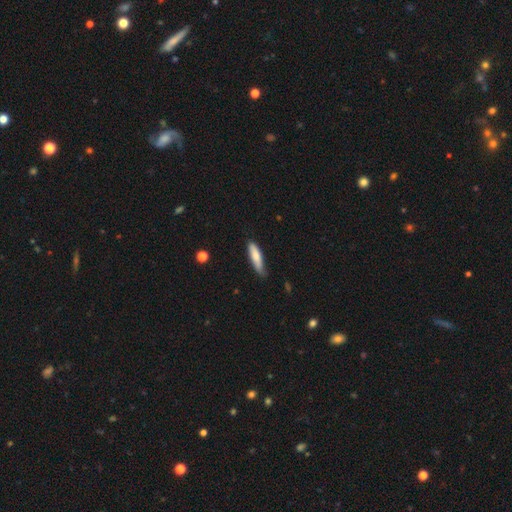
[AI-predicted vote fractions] Smooth or featured? Predicted: smooth (p=0.77). How rounded? Predicted: cigar-shaped (p=0.71). Merging? Predicted: none (p=0.65).